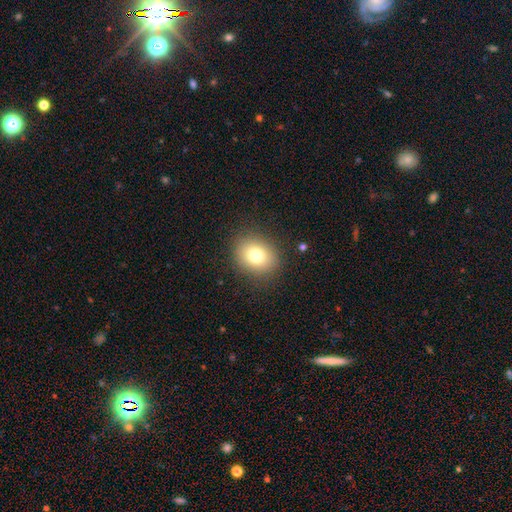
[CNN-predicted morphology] type=smooth (78%); roundness=round (57%); merging=none (86%).